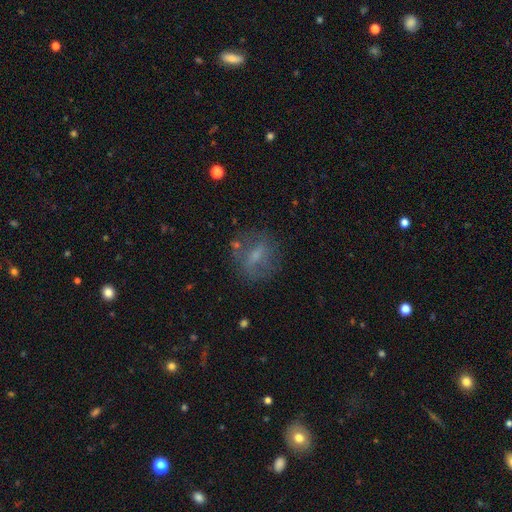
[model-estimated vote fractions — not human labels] Q: Smooth or featured?
A: smooth (46%); runner-up: featured or disk (42%)
Q: Merging?
A: none (68%); runner-up: minor disturbance (18%)